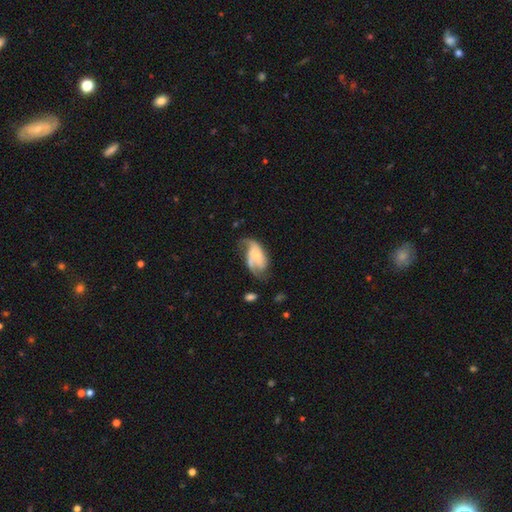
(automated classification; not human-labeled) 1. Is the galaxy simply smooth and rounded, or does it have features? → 74% featured or disk, 20% smooth, 6% star or artifact.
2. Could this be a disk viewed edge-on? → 97% no, 3% yes.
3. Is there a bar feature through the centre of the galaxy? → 62% no, 29% weak, 8% strong.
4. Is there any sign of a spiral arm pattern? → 92% yes, 8% no.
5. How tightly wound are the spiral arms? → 43% medium, 33% loose, 24% tight.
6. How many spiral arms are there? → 57% 2, 17% 3, 12% can't tell, 8% 1, 3% 4, 2% more than 4.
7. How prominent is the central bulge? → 54% small, 26% moderate, 13% none, 5% large, 2% dominant.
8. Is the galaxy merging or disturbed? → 45% none, 26% minor disturbance, 25% major disturbance, 4% merger.